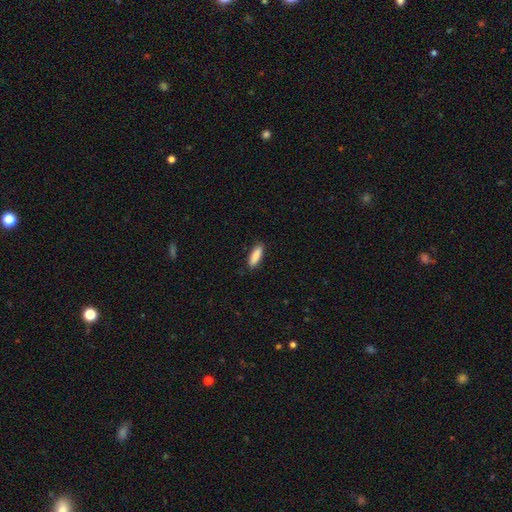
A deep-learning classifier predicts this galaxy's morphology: type=smooth (89%); roundness=cigar-shaped (52%); merging=none (88%).